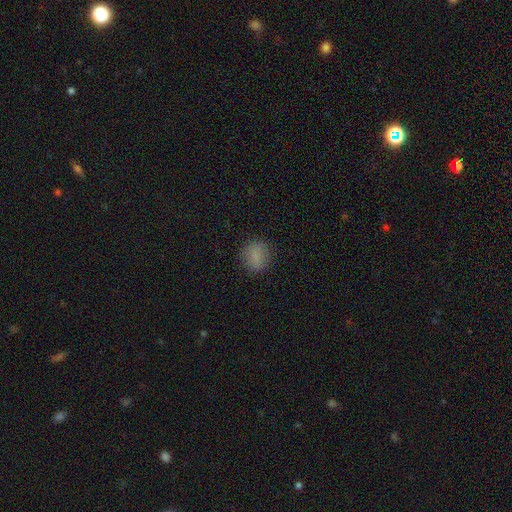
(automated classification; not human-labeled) Smooth or featured? Predicted: smooth (p=0.82). How rounded? Predicted: round (p=0.73). Merging? Predicted: none (p=0.86).